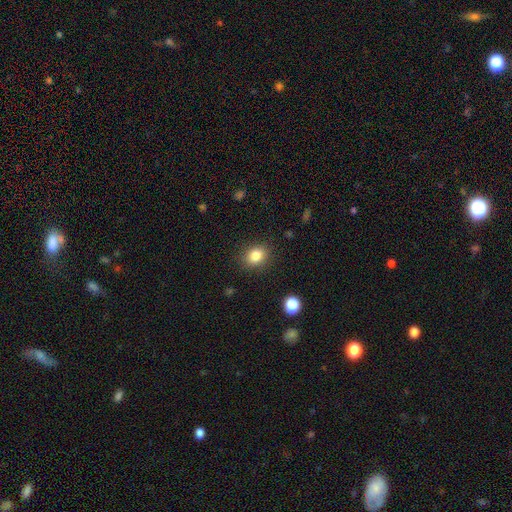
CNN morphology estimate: Smooth or featured? smooth (83%)
How rounded? round (52%)
Merging? none (87%)